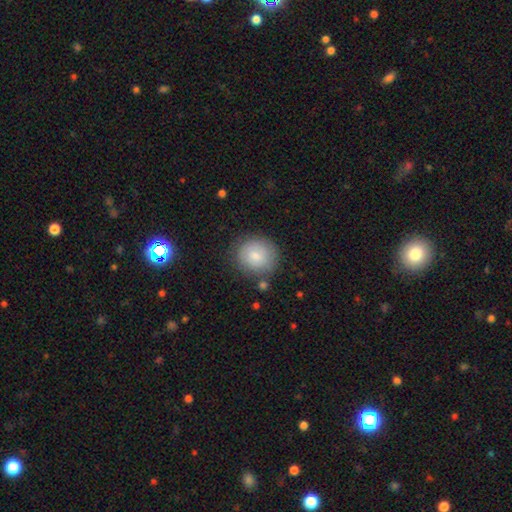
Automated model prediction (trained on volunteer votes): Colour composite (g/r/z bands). It shows a smooth galaxy with no disk features (80%) that is round (86%). Merging: none (78%).